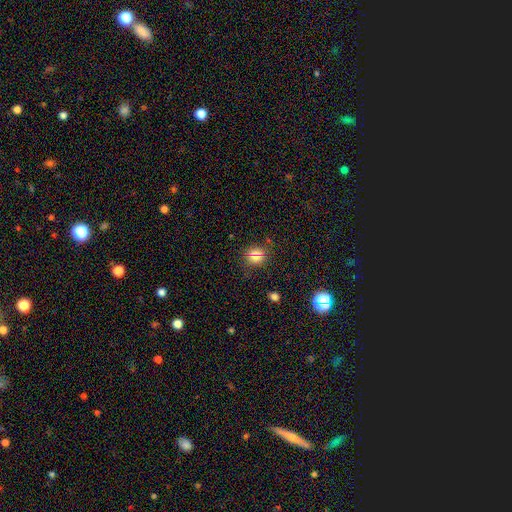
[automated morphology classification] Smooth or featured?
  - smooth: 73% *
  - star or artifact: 18%
  - featured or disk: 9%
How rounded?
  - round: 83% *
  - in between: 16%
  - cigar-shaped: 1%
Merging?
  - none: 75% *
  - minor disturbance: 12%
  - merger: 9%
  - major disturbance: 4%